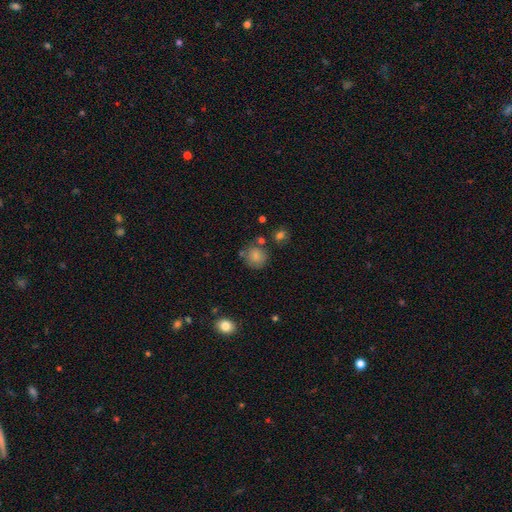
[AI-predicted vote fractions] Smooth or featured?
  - smooth: 82% *
  - star or artifact: 10%
  - featured or disk: 8%
How rounded?
  - round: 87% *
  - in between: 12%
  - cigar-shaped: 1%
Merging?
  - none: 72% *
  - minor disturbance: 14%
  - merger: 9%
  - major disturbance: 5%